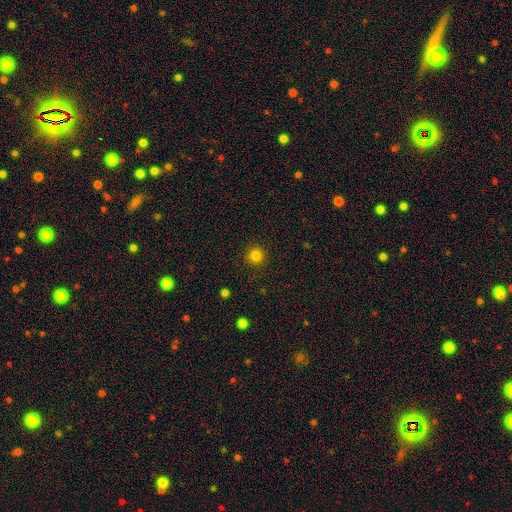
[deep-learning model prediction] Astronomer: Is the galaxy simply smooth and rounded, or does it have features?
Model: smooth — 82%.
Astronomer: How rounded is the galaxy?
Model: round — 94%.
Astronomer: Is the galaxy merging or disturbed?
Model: none — 91%.